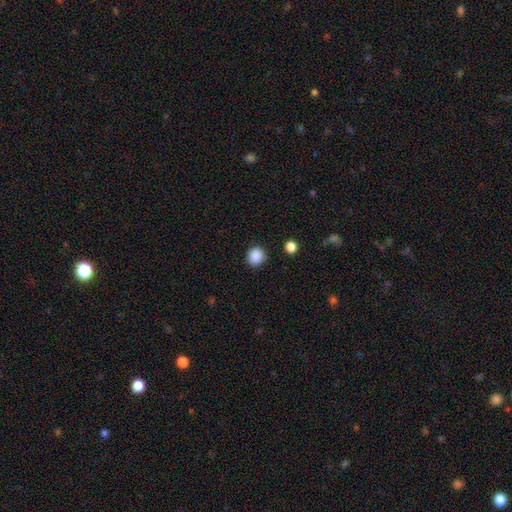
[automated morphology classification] A smooth galaxy with no disk features (88%) that is round (80%).

Vote fractions:
- Smooth or featured? smooth: 88% / star or artifact: 9% / featured or disk: 3%
- How rounded? round: 80% / in between: 19% / cigar-shaped: 1%
- Merging? none: 87% / minor disturbance: 9% / major disturbance: 2% / merger: 2%